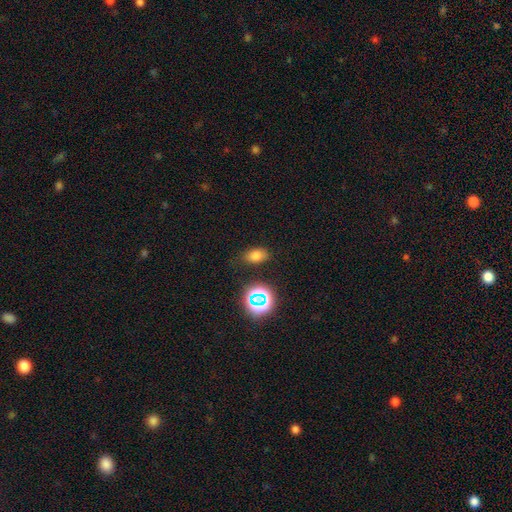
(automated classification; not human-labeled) This is likely a smooth galaxy (73%). How rounded: clearly in between (83%). Merging: likely none (80%).